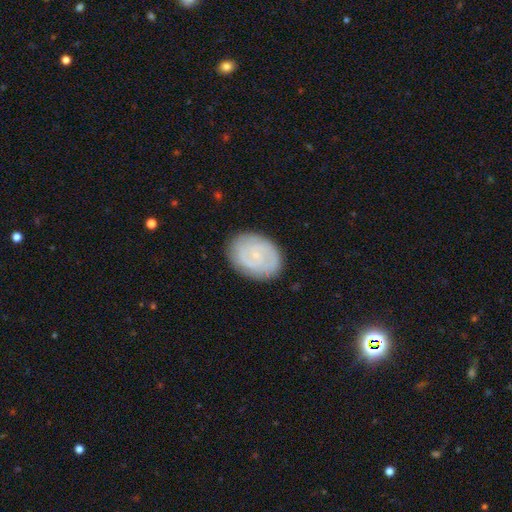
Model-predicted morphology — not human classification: smooth-or-featured: featured or disk: 65% | smooth: 29% | star or artifact: 7%
  disk-edge-on: no: 97% | yes: 3%
    bar: no: 61% | weak: 33% | strong: 6%
    has-spiral-arms: yes: 86% | no: 14%
      spiral-winding: tight: 57% | medium: 33% | loose: 10%
      spiral-arm-count: 2: 56% | can't tell: 26% | 3: 8% | 1: 4% | 4: 3% | more than 4: 3%
    bulge-size: small: 82% | moderate: 10% | none: 6% | large: 1% | dominant: 1%
  merging: none: 85% | minor disturbance: 11% | major disturbance: 3% | merger: 1%